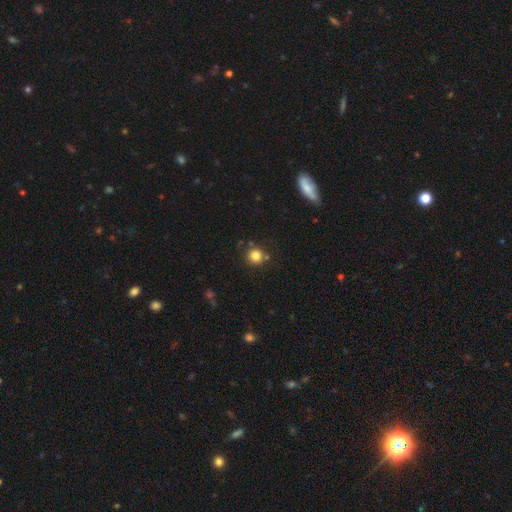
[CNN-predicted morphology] The model was most divided on "smooth or featured": smooth: 81%, star or artifact: 12%, featured or disk: 6%. More confident: how rounded — round (92%); merging — none (80%).